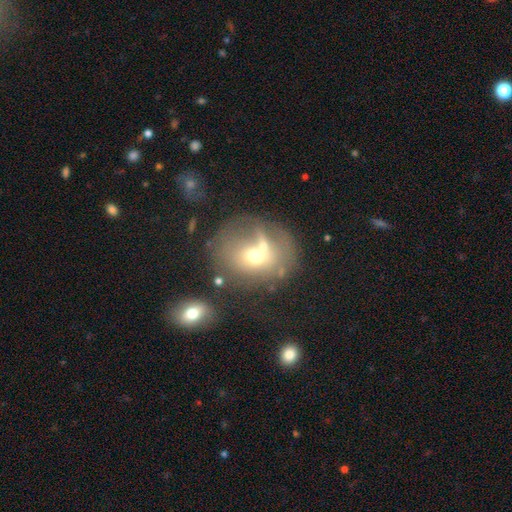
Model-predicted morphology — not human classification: Overall: smooth (53%; featured or disk 33%). How rounded: round (67%; in between 32%). Merging: merger (37%; none 31%).